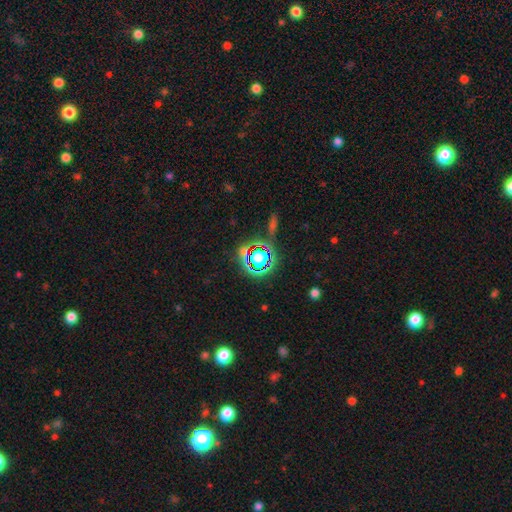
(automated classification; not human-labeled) smooth-or-featured: star or artifact: 59% | smooth: 28% | featured or disk: 13%